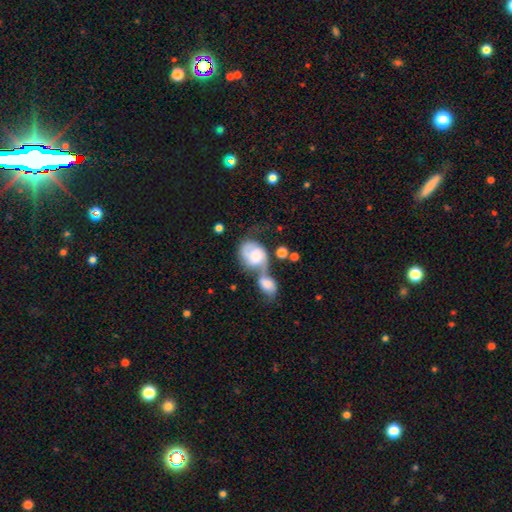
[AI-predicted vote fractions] Q: Smooth or featured?
A: smooth (53%); runner-up: featured or disk (40%)
Q: How rounded?
A: in between (53%); runner-up: round (46%)
Q: Merging?
A: merger (69%); runner-up: none (12%)